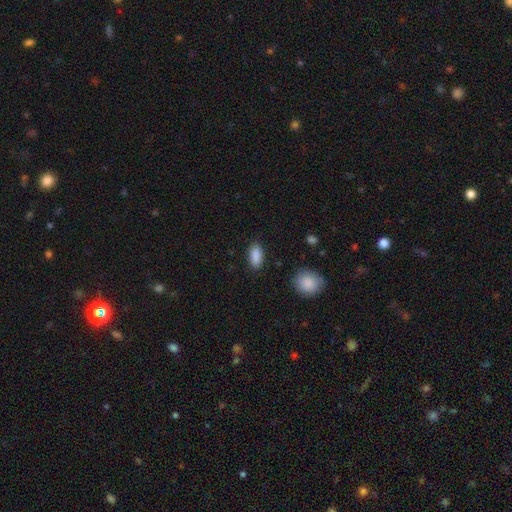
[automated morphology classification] The model was most divided on "merging": none: 86%, minor disturbance: 10%, major disturbance: 2%, merger: 2%. More confident: smooth or featured — smooth (89%); how rounded — in between (88%).